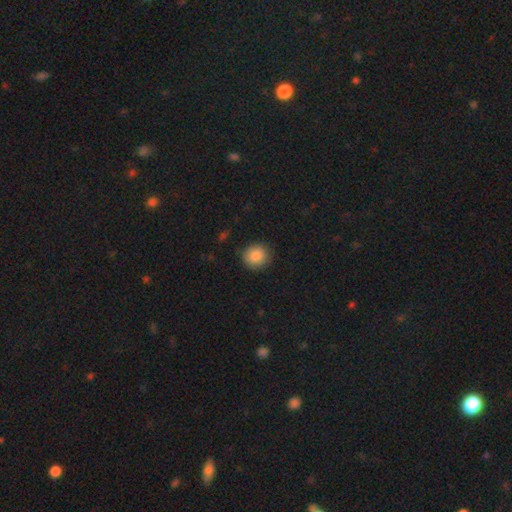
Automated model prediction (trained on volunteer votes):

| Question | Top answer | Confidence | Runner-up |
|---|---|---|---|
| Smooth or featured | smooth | 86% | star or artifact (8%) |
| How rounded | round | 84% | in between (15%) |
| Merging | none | 86% | minor disturbance (10%) |